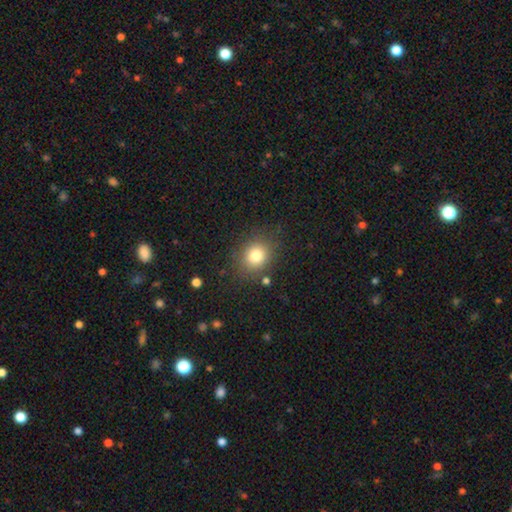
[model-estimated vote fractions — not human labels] Morphology: type=smooth (79%); roundness=round (73%); merging=none (82%).